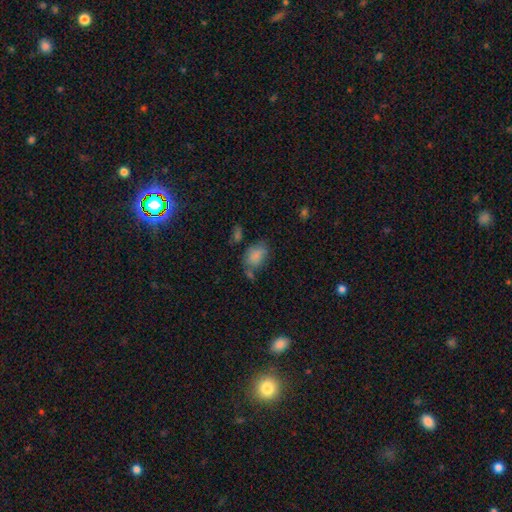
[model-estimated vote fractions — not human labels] smooth 80%, star or artifact 10%, featured or disk 10%. Down the decision tree: how rounded — in between (83%); merging — none (46%).